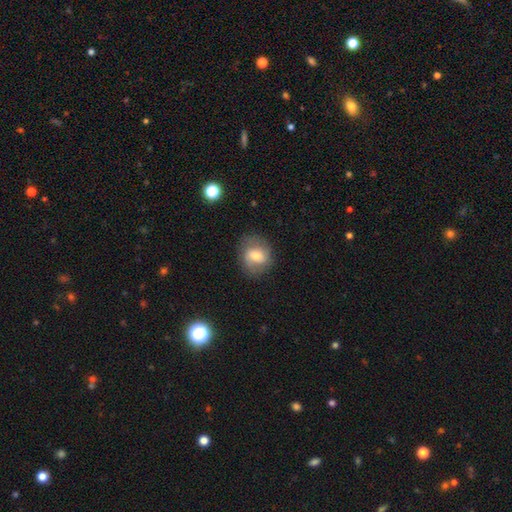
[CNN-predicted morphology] Smooth or featured?
  - smooth: 52% *
  - featured or disk: 39%
  - star or artifact: 9%
How rounded?
  - round: 62% *
  - in between: 37%
  - cigar-shaped: 1%
Merging?
  - none: 74% *
  - minor disturbance: 17%
  - major disturbance: 7%
  - merger: 1%